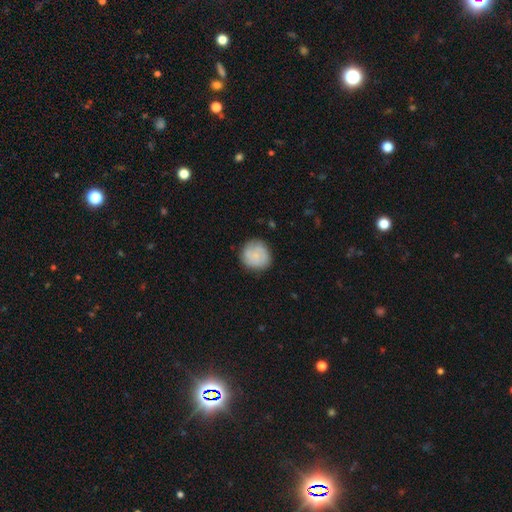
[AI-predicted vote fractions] smooth_or_featured: smooth (p=0.59) [alt: featured or disk p=0.34]
how_rounded: round (p=0.89) [alt: in between p=0.10]
merging: none (p=0.80) [alt: minor disturbance p=0.14]